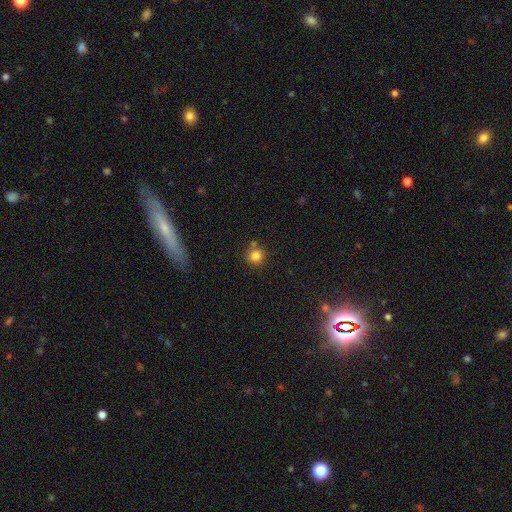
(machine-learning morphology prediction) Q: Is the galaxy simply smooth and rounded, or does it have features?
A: smooth — 82%.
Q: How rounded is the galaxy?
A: round — 92%.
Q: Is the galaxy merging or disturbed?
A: none — 73%.